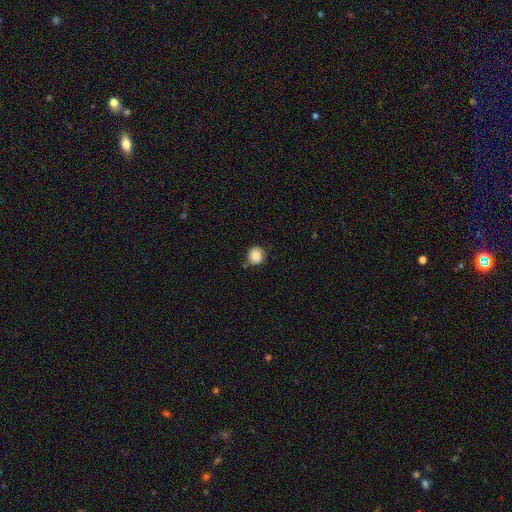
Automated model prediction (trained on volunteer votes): Smooth or featured? smooth (86%)
How rounded? round (83%)
Merging? none (75%)